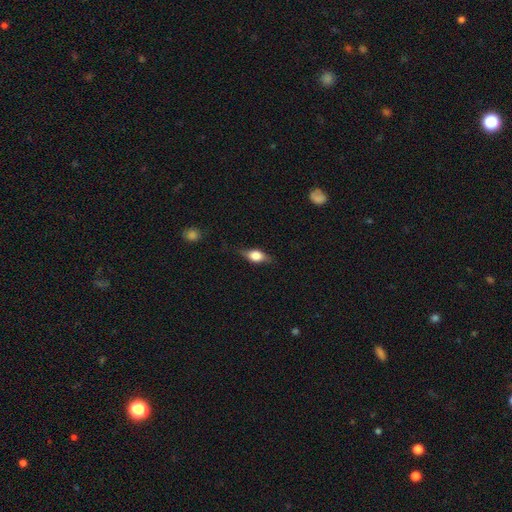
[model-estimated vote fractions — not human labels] Smooth or featured?
  - smooth: 55% *
  - featured or disk: 37%
  - star or artifact: 8%
How rounded?
  - in between: 72% *
  - cigar-shaped: 17%
  - round: 11%
Merging?
  - none: 74% *
  - minor disturbance: 19%
  - major disturbance: 6%
  - merger: 1%